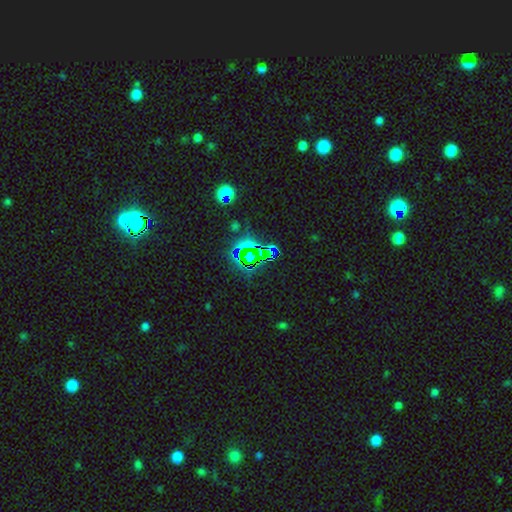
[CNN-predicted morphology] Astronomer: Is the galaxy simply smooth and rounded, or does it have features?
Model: star or artifact — 76%.